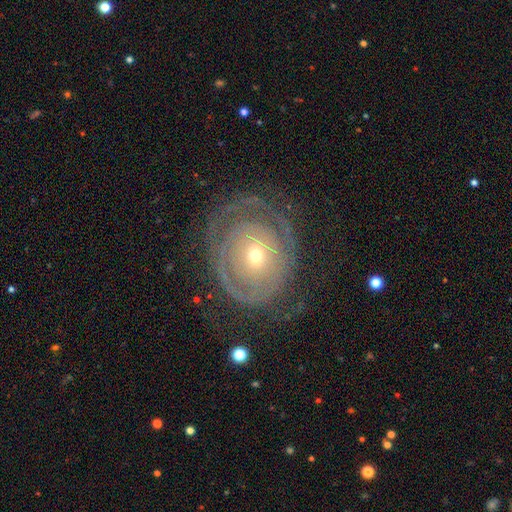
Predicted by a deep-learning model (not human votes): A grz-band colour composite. It shows a featured or disk galaxy (76%) with no bar (78%), tight (72%) spiral arms (78%) and a small central bulge (60%). Merging: none (65%).